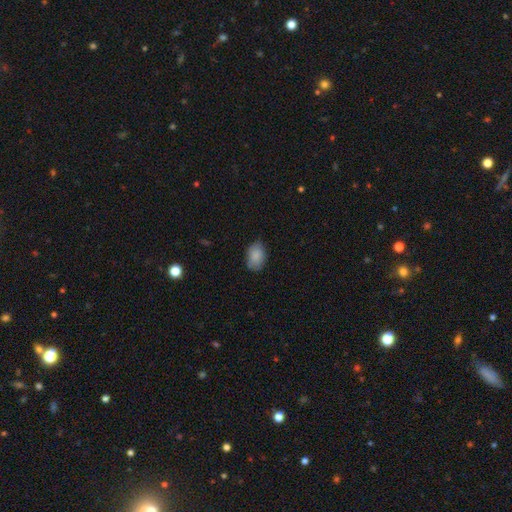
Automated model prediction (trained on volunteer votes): Q: Smooth or featured?
A: smooth (87%); runner-up: star or artifact (7%)
Q: How rounded?
A: in between (85%); runner-up: round (13%)
Q: Merging?
A: none (77%); runner-up: minor disturbance (18%)